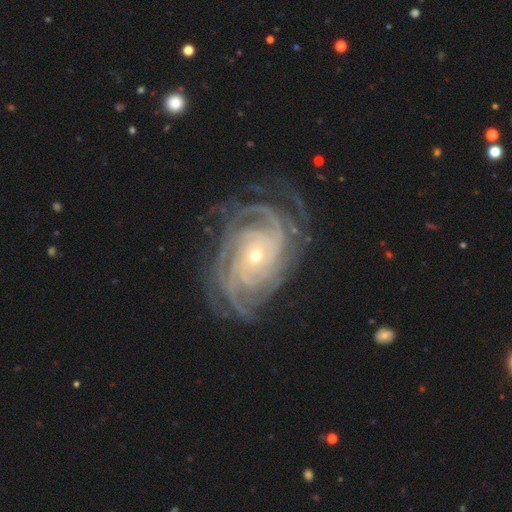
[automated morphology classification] smooth_or_featured: featured or disk (p=0.92) [alt: star or artifact p=0.05]
disk_edge_on: no (p=0.97) [alt: yes p=0.03]
bar: no (p=0.75) [alt: weak p=0.17]
has_spiral_arms: yes (p=0.98) [alt: no p=0.02]
spiral_winding: tight (p=0.78) [alt: medium p=0.19]
spiral_arm_count: more than 4 (p=0.28) [alt: 4 p=0.25]
bulge_size: small (p=0.69) [alt: moderate p=0.28]
merging: none (p=0.76) [alt: minor disturbance p=0.15]